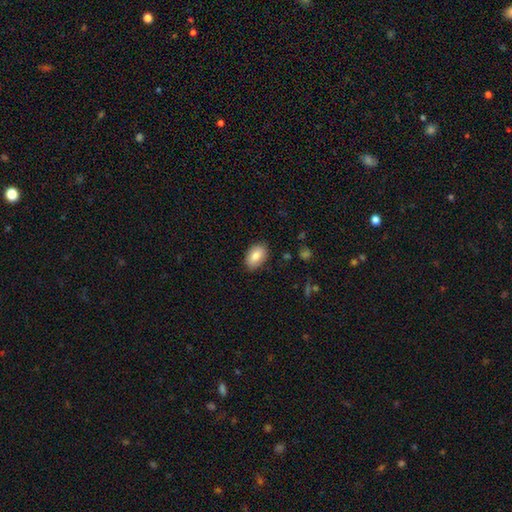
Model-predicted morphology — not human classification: A smooth galaxy with no disk features (84%) that is in between round and cigar-shaped (92%). Merging: none (86%).